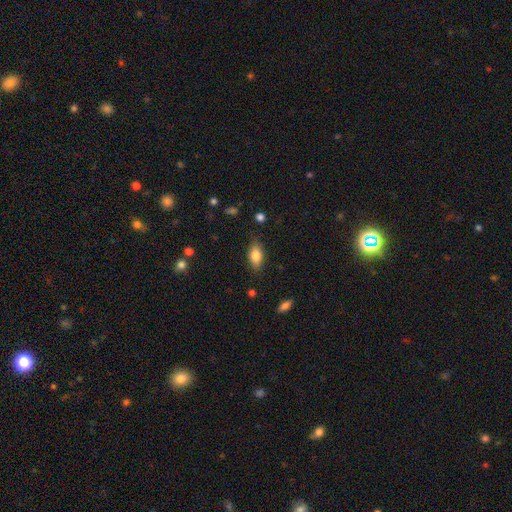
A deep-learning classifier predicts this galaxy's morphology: Smooth or featured? Predicted: smooth (p=0.79). How rounded? Predicted: in between (p=0.86). Merging? Predicted: none (p=0.82).